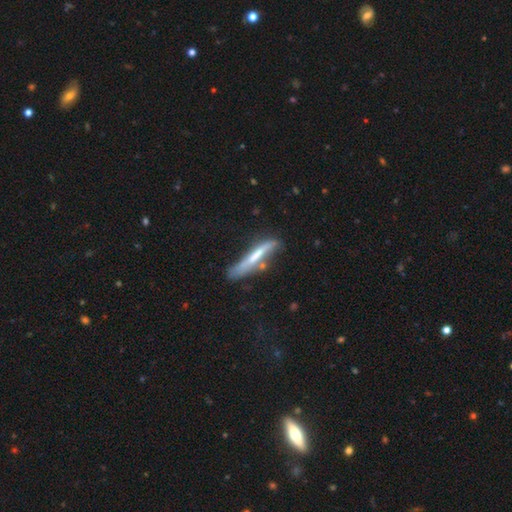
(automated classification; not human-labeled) This is possibly a smooth galaxy (50%). Merging: possibly none (51%).